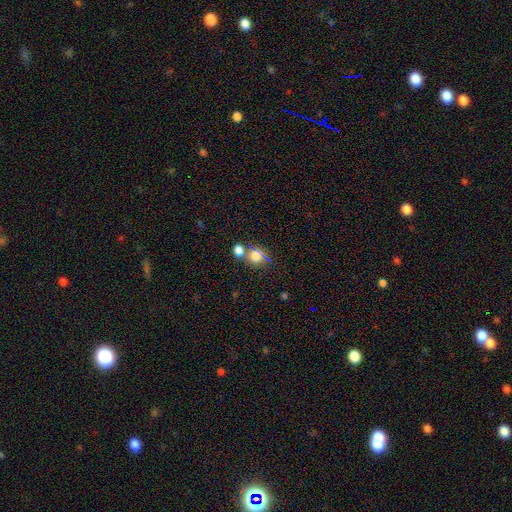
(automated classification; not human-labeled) Smooth or featured? smooth (75%)
How rounded? round (80%)
Merging? none (49%)